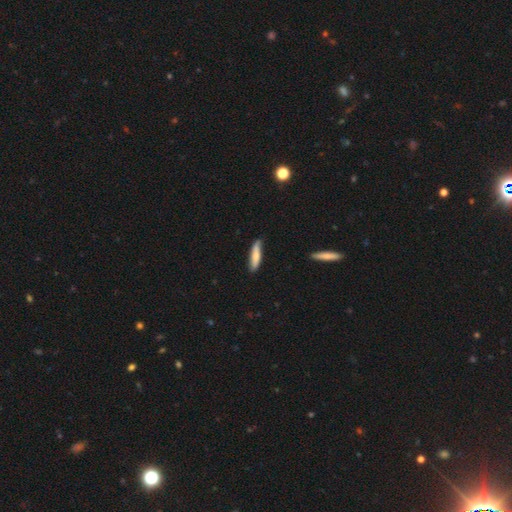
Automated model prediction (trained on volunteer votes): This appears to be a smooth galaxy with no disk features (68%) that is cigar-shaped (78%). Merging: none (76%).